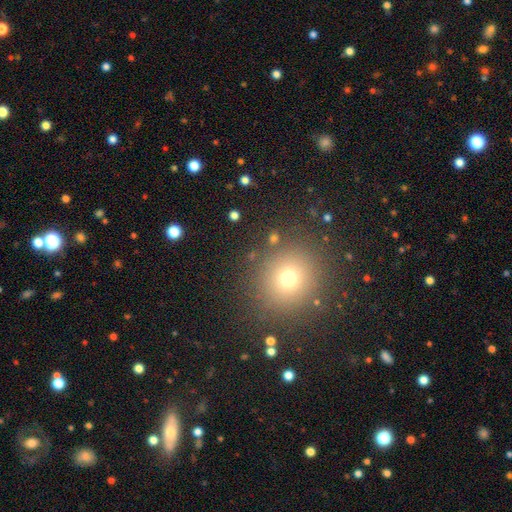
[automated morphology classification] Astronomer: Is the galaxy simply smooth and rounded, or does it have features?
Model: smooth — 53% (runner-up: star or artifact, 37%).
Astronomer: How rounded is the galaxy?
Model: round — 91%.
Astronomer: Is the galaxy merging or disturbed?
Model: none — 89%.